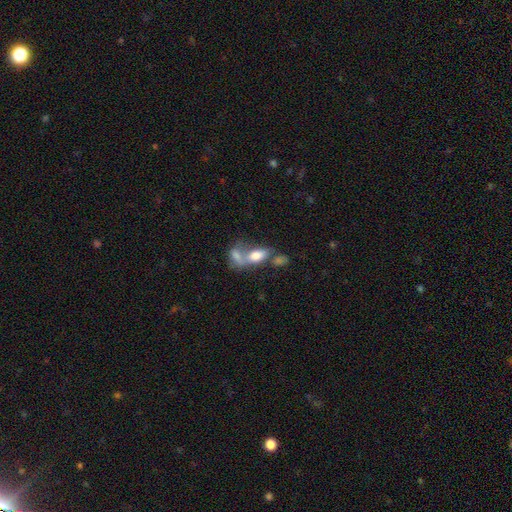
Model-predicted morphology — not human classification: smooth_or_featured: smooth (p=0.72) [alt: featured or disk p=0.19]
how_rounded: in between (p=0.85) [alt: cigar-shaped p=0.08]
merging: merger (p=0.60) [alt: none p=0.23]